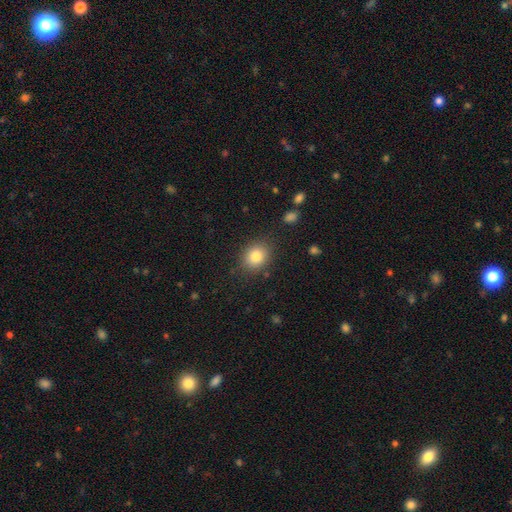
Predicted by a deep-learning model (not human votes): smooth 82%, star or artifact 10%, featured or disk 8%. Down the decision tree: how rounded — round (59%); merging — none (85%).